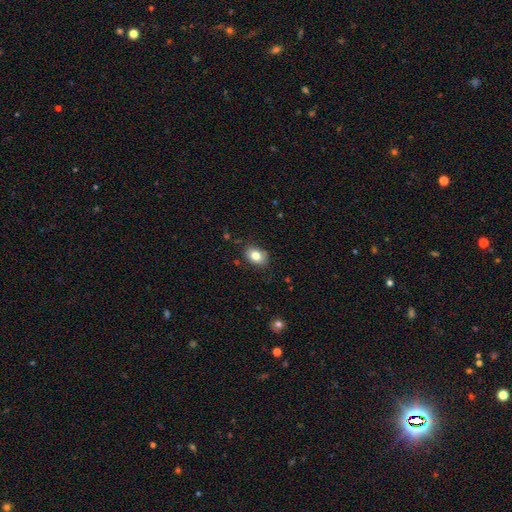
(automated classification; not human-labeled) Morphology: type=smooth (81%); roundness=in between (74%); merging=none (83%).